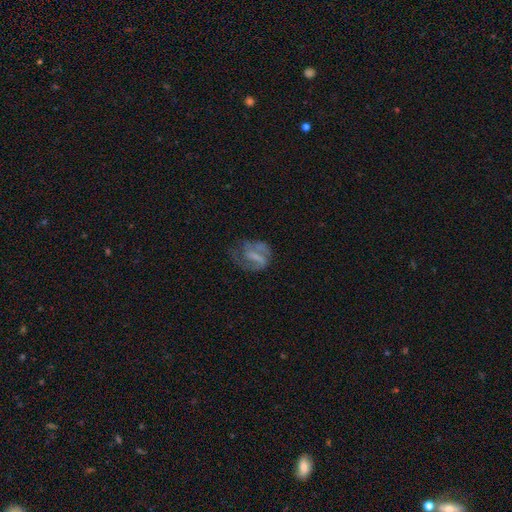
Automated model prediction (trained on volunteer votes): The model was most divided on "bar": weak: 40%, strong: 34%, no: 26%. Remaining: edge-on disk — no (97%); spiral arms — yes (68%); smooth or featured — featured or disk (62%); bulge size — none (51%); merging — none (41%).